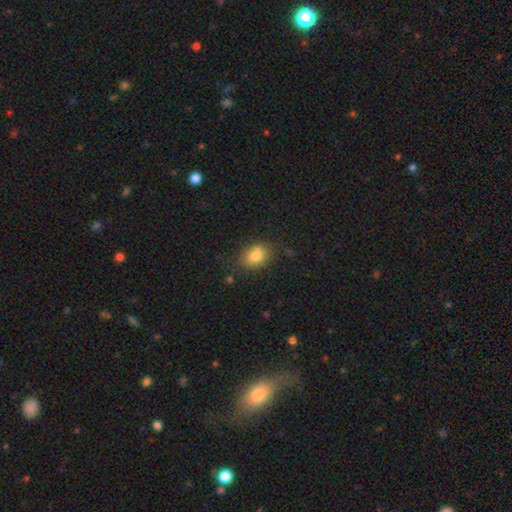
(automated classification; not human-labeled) Overall: smooth (81%). How rounded: in between (69%). Merging: none (70%).